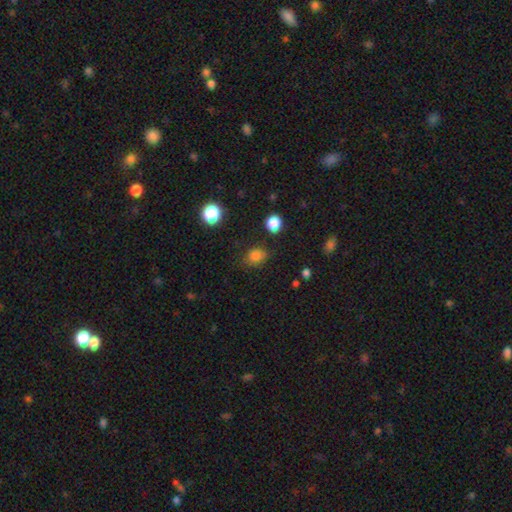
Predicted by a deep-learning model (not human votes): smooth-or-featured: smooth: 80% | star or artifact: 15% | featured or disk: 5%
  how-rounded: in between: 52% | round: 47% | cigar-shaped: 1%
  merging: none: 69% | minor disturbance: 22% | major disturbance: 7% | merger: 3%